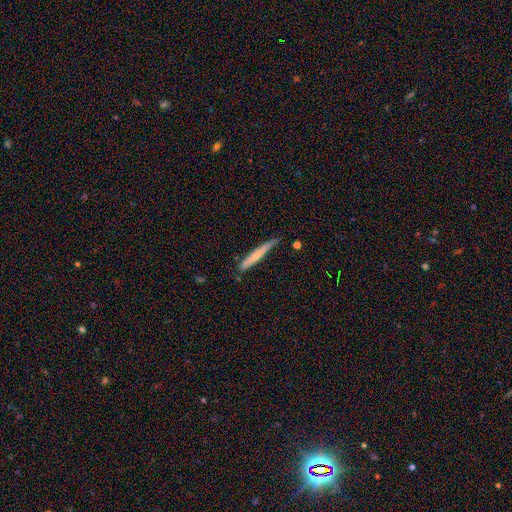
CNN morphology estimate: smooth_or_featured: smooth (p=0.58) [alt: featured or disk p=0.37]
how_rounded: cigar-shaped (p=0.96) [alt: in between p=0.03]
merging: none (p=0.73) [alt: minor disturbance p=0.21]